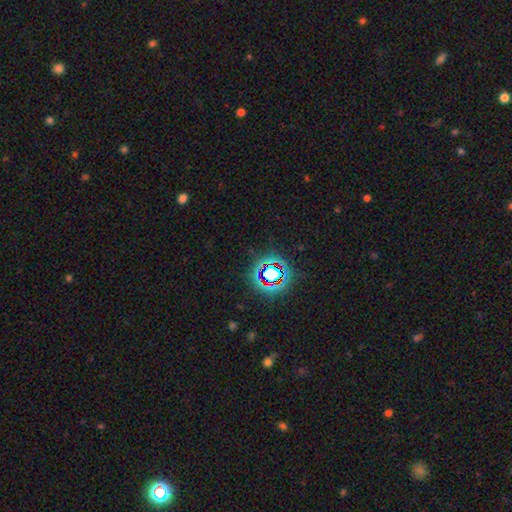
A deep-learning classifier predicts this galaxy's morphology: Q: Smooth or featured?
A: star or artifact (77%); runner-up: smooth (14%)